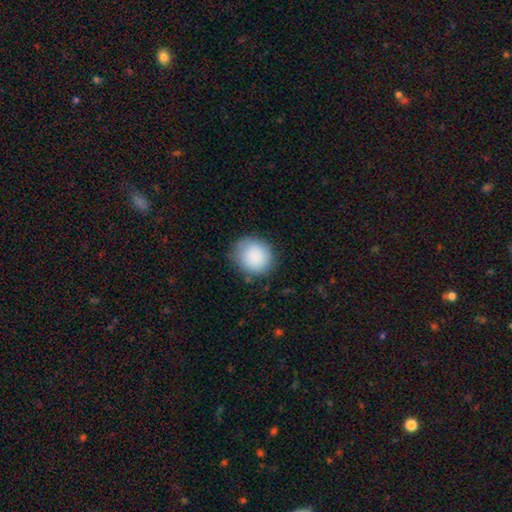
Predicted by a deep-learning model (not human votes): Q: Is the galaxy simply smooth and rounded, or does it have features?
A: smooth — 87%.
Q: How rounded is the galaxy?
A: round — 81%.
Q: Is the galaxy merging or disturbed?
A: none — 79%.